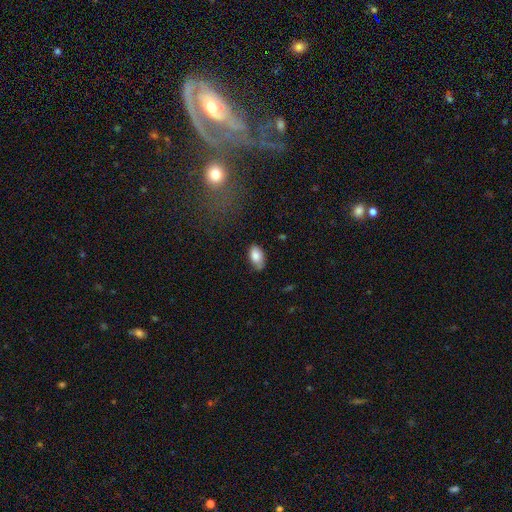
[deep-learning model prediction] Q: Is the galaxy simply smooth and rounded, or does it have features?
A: smooth — 83%.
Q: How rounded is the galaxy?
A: in between — 93%.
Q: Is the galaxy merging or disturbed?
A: none — 70%.